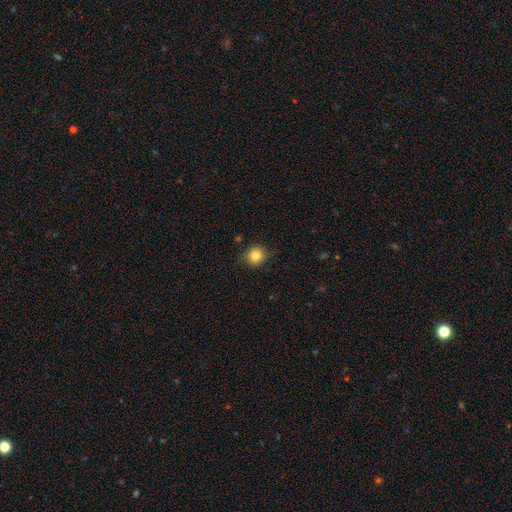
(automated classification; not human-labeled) This appears to be a smooth galaxy with no disk features (82%) that is round (83%). Merging: none (81%).